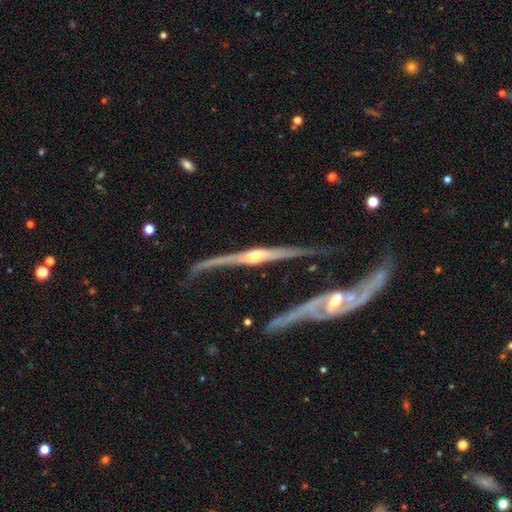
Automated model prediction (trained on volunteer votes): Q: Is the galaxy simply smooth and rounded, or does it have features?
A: featured or disk — 90%.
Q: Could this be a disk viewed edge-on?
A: yes — 88%.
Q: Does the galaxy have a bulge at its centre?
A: rounded — 88%.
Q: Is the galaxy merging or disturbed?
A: none — 53%.